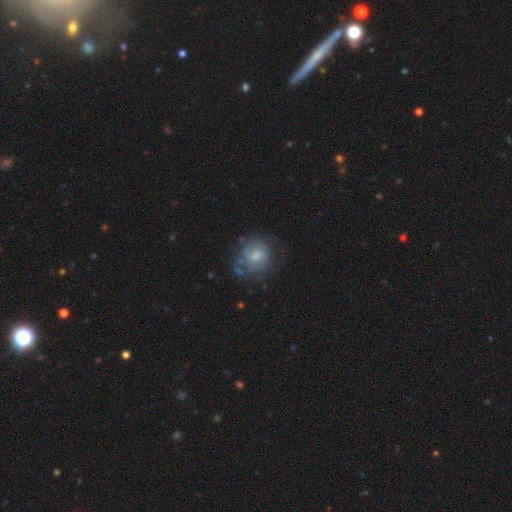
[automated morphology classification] A smooth galaxy with no disk features (52%) that is round (72%).

Vote fractions:
- Smooth or featured? smooth: 52% / featured or disk: 39% / star or artifact: 9%
- How rounded? round: 72% / in between: 27% / cigar-shaped: 1%
- Merging? none: 52% / minor disturbance: 25% / major disturbance: 19% / merger: 5%